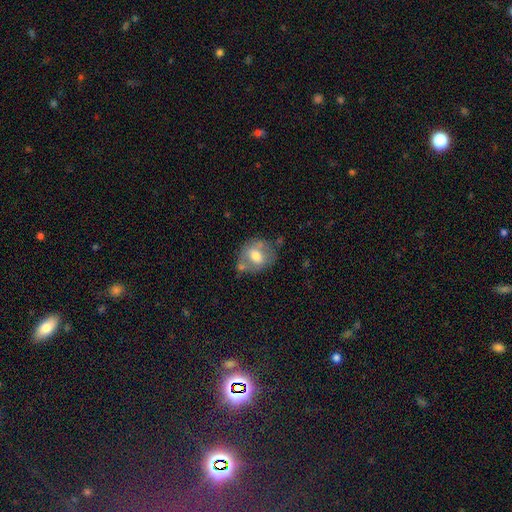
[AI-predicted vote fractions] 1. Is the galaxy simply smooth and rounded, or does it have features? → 56% smooth, 36% featured or disk, 8% star or artifact.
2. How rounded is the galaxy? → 62% round, 36% in between, 1% cigar-shaped.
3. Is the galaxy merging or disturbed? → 58% none, 21% minor disturbance, 13% merger, 7% major disturbance.